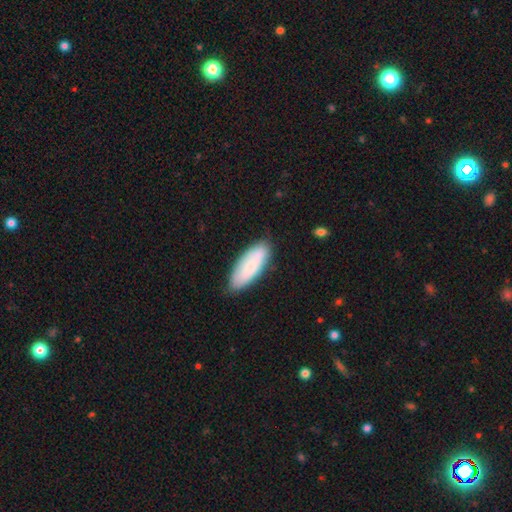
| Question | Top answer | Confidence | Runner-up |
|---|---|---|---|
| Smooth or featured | smooth | 89% | featured or disk (11%) |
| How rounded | in between | 70% | cigar-shaped (30%) |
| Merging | none | 68% | minor disturbance (19%) |